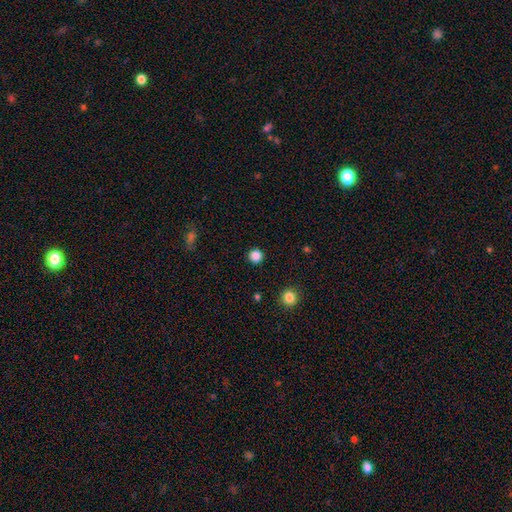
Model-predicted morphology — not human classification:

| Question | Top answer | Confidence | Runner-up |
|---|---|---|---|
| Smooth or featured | smooth | 85% | star or artifact (12%) |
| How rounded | round | 95% | in between (4%) |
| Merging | none | 92% | minor disturbance (5%) |